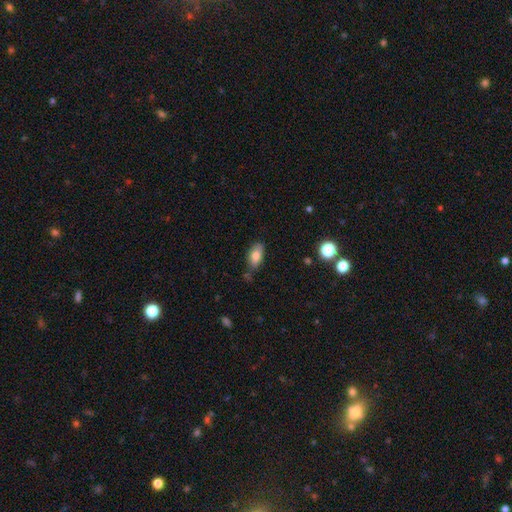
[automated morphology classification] This is clearly a smooth galaxy (81%). How rounded: clearly in between (90%). Merging: likely none (72%).